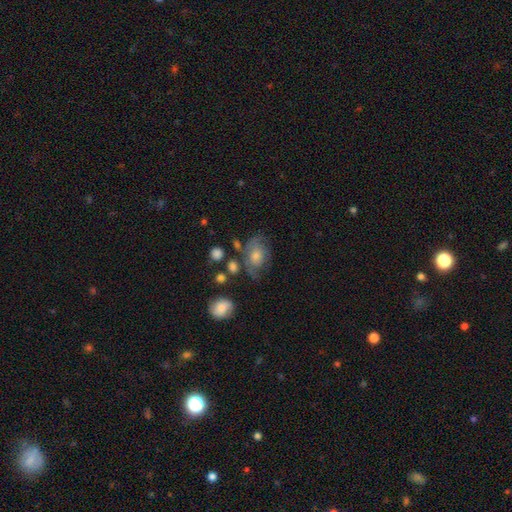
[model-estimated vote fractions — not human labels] Q: Smooth or featured?
A: featured or disk (47%); runner-up: smooth (40%)
Q: Merging?
A: none (52%); runner-up: minor disturbance (25%)